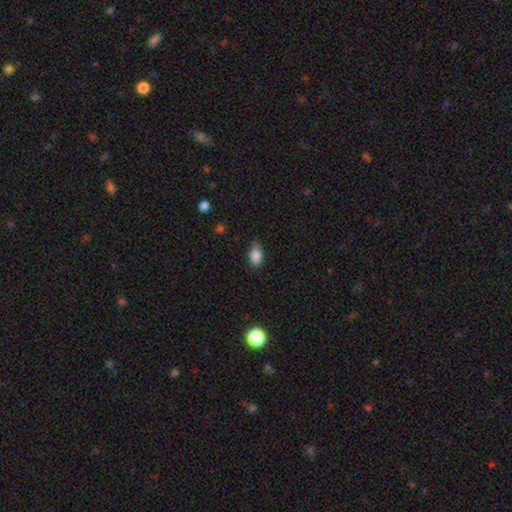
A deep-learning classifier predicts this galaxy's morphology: Q: Smooth or featured?
A: smooth (85%); runner-up: star or artifact (9%)
Q: How rounded?
A: in between (88%); runner-up: round (9%)
Q: Merging?
A: none (68%); runner-up: minor disturbance (27%)